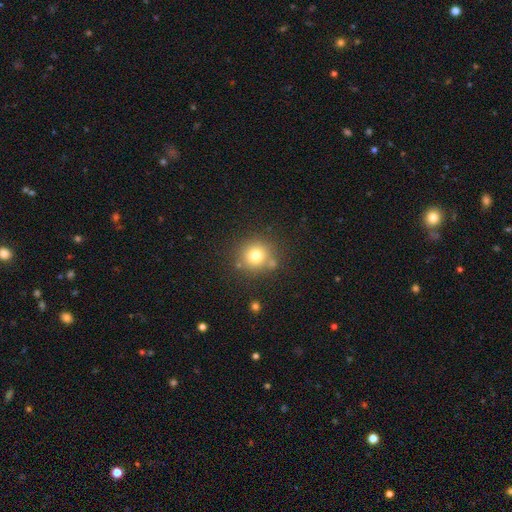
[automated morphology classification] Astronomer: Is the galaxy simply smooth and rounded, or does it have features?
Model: smooth — 76%.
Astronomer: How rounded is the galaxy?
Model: round — 91%.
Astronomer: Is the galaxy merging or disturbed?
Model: none — 78%.